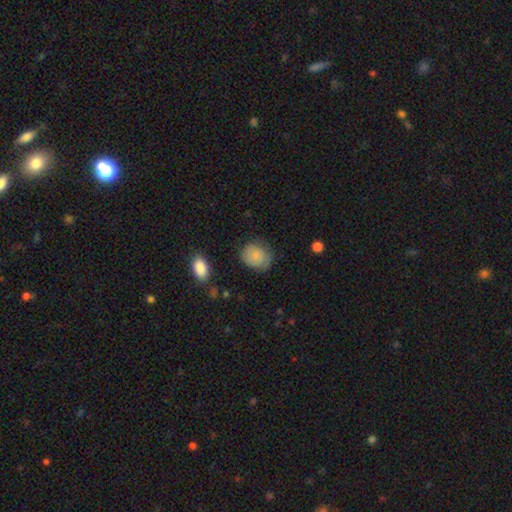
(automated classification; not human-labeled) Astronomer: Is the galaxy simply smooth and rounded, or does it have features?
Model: smooth — 76%.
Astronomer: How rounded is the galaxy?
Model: round — 54% (runner-up: in between, 45%).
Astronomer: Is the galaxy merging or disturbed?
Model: none — 71%.